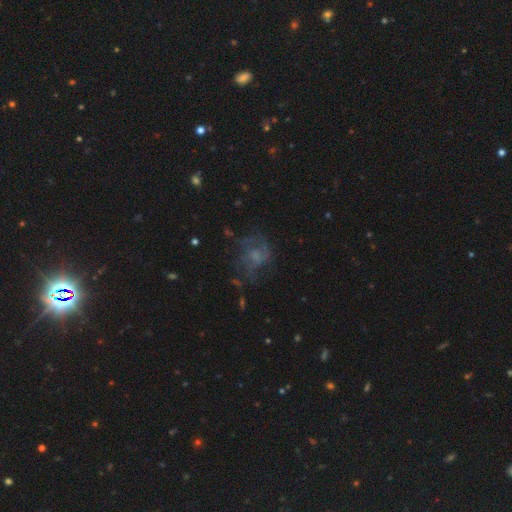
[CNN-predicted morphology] smooth-or-featured: featured or disk: 56% | smooth: 29% | star or artifact: 16%
  disk-edge-on: no: 97% | yes: 3%
    bar: no: 68% | weak: 28% | strong: 4%
    has-spiral-arms: yes: 71% | no: 29%
    bulge-size: small: 34% | none: 29% | moderate: 29% | large: 6% | dominant: 2%
  merging: none: 51% | major disturbance: 26% | minor disturbance: 20% | merger: 3%